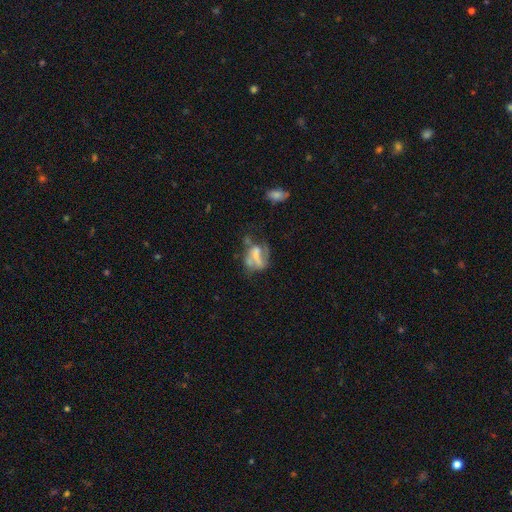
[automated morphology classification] Smooth or featured: featured or disk — 53% (smooth — 34%)
Edge-on disk: no — 96% (yes — 4%)
Bar: no — 61% (weak — 22%)
Spiral arms: no — 74% (yes — 26%)
Bulge size: none — 53% (moderate — 19%)
Merging: major disturbance — 35% (none — 26%)